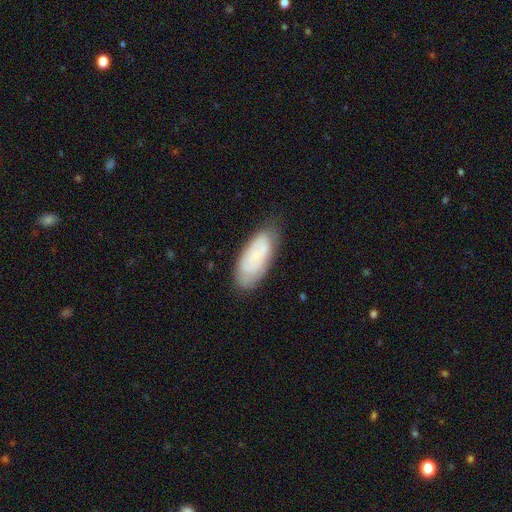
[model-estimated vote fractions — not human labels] Overall: smooth (66%; featured or disk 26%). How rounded: in between (81%). Merging: none (73%).